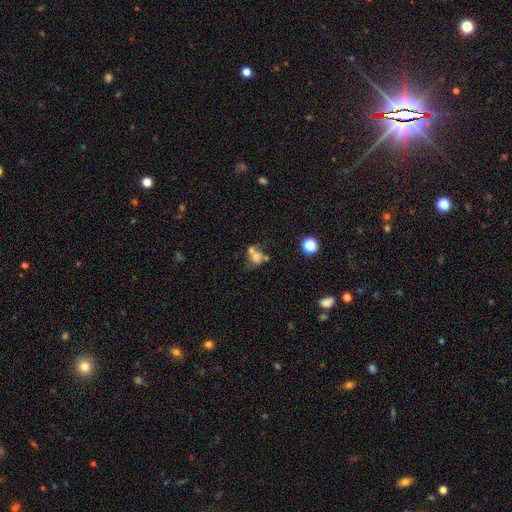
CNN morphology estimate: type=smooth (56%); roundness=round (55%); merging=merger (48%).